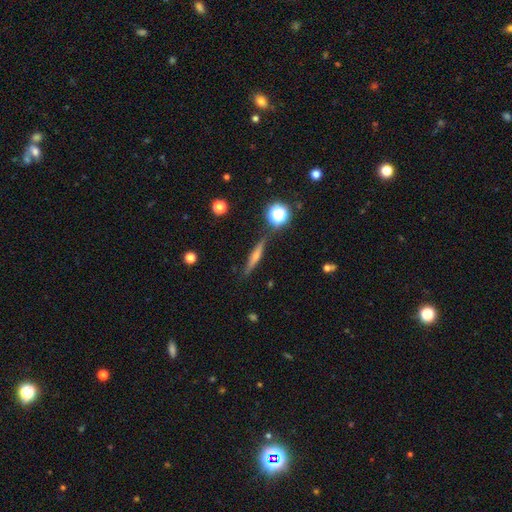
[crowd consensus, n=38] This appears to be a featured or disk galaxy (61%) viewed edge-on (100%) with a rounded central bulge (87%). Merging: none (86%).